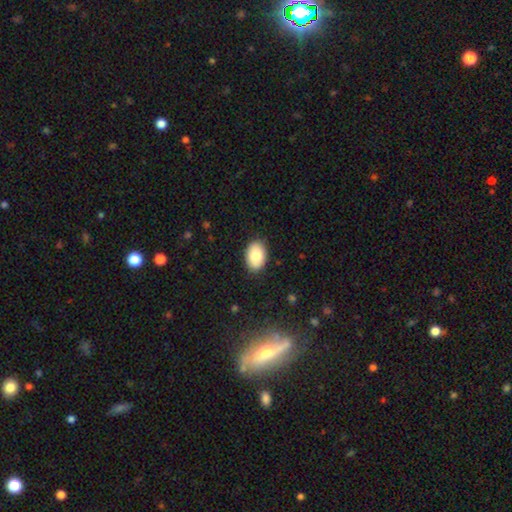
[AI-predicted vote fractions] This is clearly a smooth galaxy (82%). How rounded: clearly in between (88%). Merging: clearly none (87%).